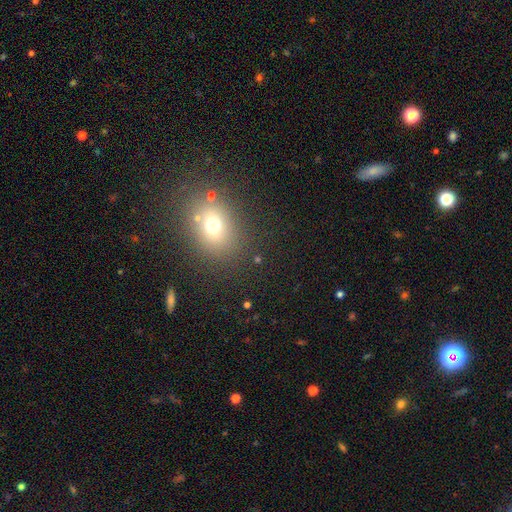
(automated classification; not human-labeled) Morphology: type=smooth (61%); roundness=round (53%); merging=none (78%).